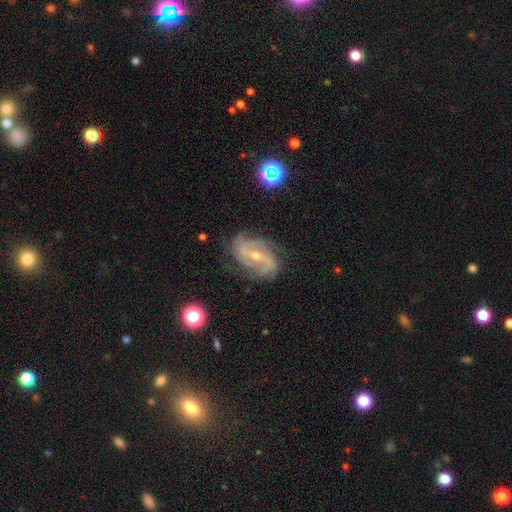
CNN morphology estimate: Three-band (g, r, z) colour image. It shows a featured or disk galaxy (87%) with a weak bar (41%), 2 (50%) medium (44%) spiral arms (96%) and a small central bulge (57%). Merging: none (74%).